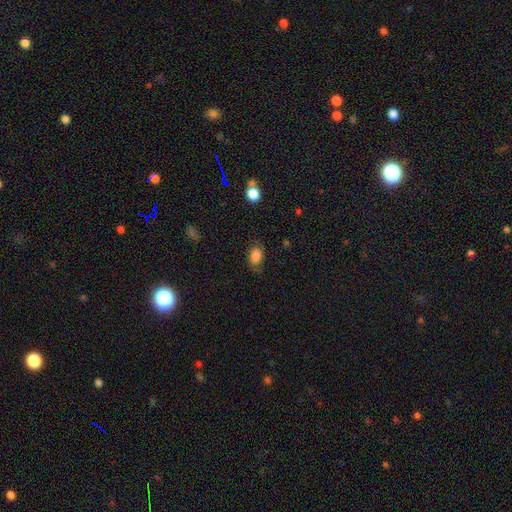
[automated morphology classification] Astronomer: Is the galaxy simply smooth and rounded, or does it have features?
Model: smooth — 84%.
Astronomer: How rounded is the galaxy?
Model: in between — 80%.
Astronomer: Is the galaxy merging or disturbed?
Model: none — 68%.